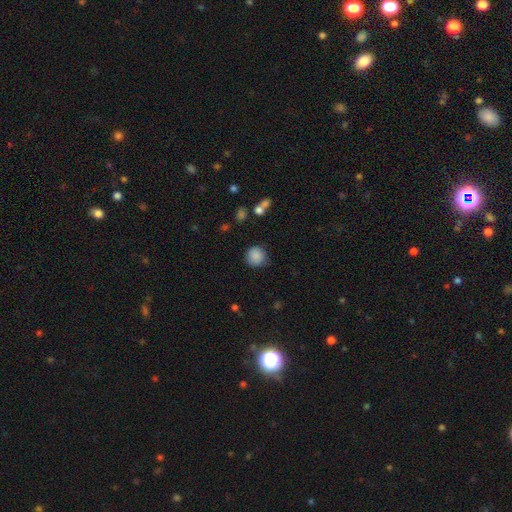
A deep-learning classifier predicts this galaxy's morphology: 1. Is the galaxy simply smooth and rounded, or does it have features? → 86% smooth, 8% star or artifact, 5% featured or disk.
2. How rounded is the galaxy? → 91% round, 8% in between, 1% cigar-shaped.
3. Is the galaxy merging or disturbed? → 80% none, 14% minor disturbance, 4% major disturbance, 2% merger.